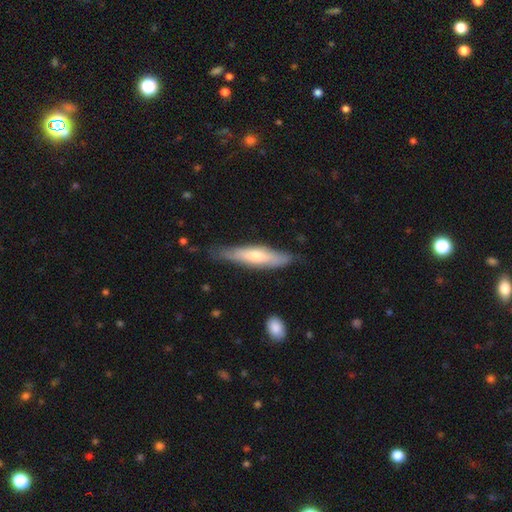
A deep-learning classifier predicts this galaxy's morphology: smooth_or_featured: smooth (p=0.54) [alt: featured or disk p=0.40]
how_rounded: cigar-shaped (p=0.80) [alt: in between p=0.19]
merging: none (p=0.73) [alt: minor disturbance p=0.21]